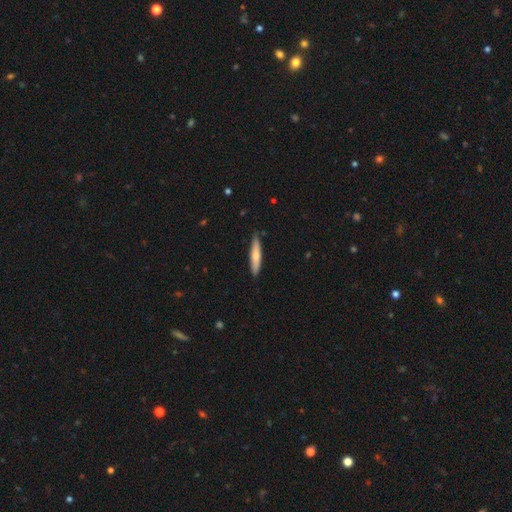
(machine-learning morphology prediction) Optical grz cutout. It shows a smooth galaxy with no disk features (67%) that is cigar-shaped (88%). Merging: none (86%).